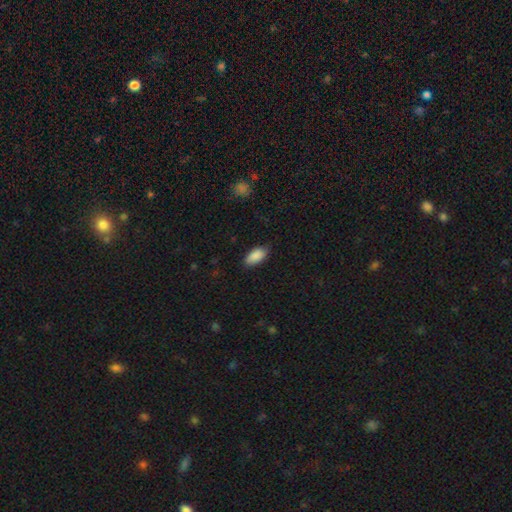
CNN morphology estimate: Smooth or featured: smooth — 88% (star or artifact — 6%)
How rounded: in between — 92% (cigar-shaped — 5%)
Merging: none — 81% (minor disturbance — 15%)